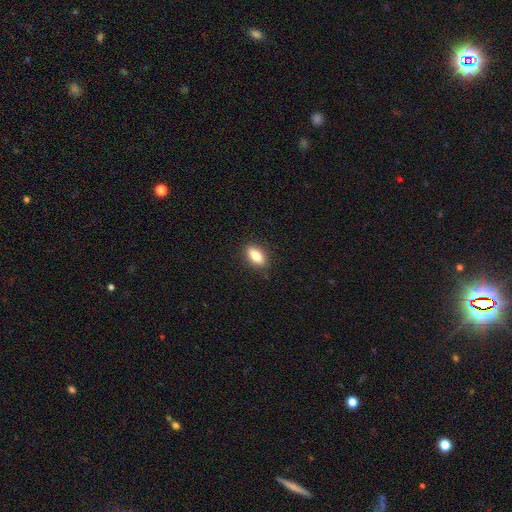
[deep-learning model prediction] Q: Smooth or featured?
A: smooth (85%); runner-up: featured or disk (8%)
Q: How rounded?
A: in between (87%); runner-up: cigar-shaped (8%)
Q: Merging?
A: none (88%); runner-up: minor disturbance (9%)